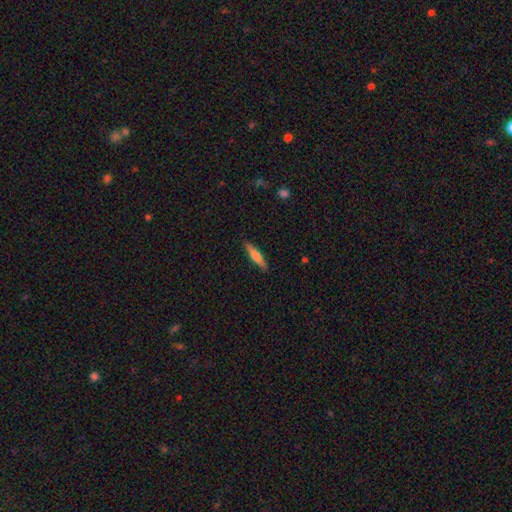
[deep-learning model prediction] smooth_or_featured: smooth (p=0.50) [alt: featured or disk p=0.44]
how_rounded: cigar-shaped (p=0.86) [alt: in between p=0.12]
merging: none (p=0.90) [alt: minor disturbance p=0.07]